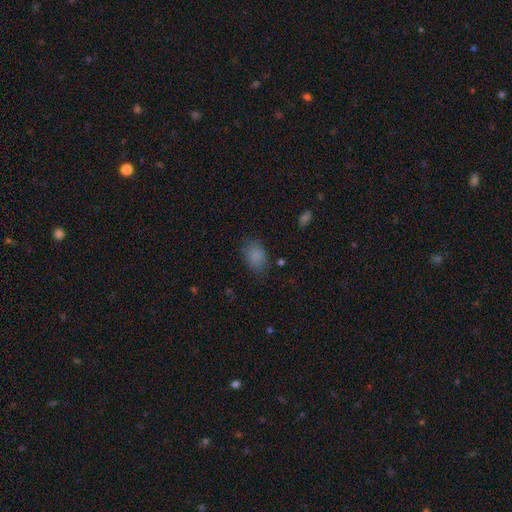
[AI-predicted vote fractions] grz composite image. It shows a smooth galaxy with no disk features (83%) that is in between round and cigar-shaped (85%). Merging: none (73%).